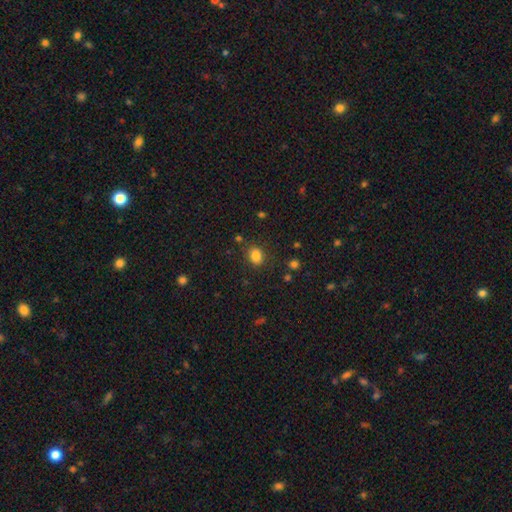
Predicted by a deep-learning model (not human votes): Smooth or featured? Predicted: smooth (p=0.82). How rounded? Predicted: in between (p=0.54). Merging? Predicted: none (p=0.82).